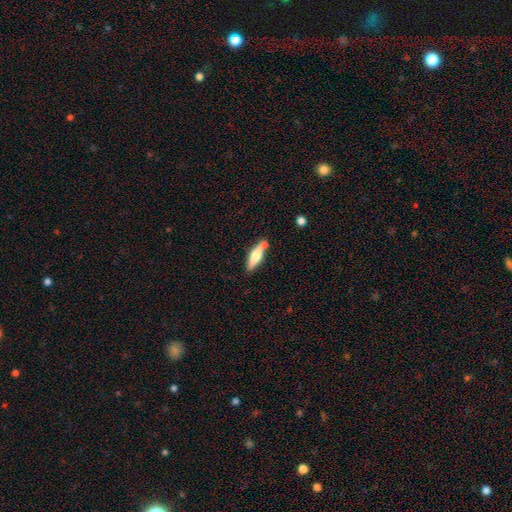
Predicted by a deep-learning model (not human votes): smooth 57%, featured or disk 37%, star or artifact 6%. Down the decision tree: how rounded — cigar-shaped (59%); merging — none (69%).